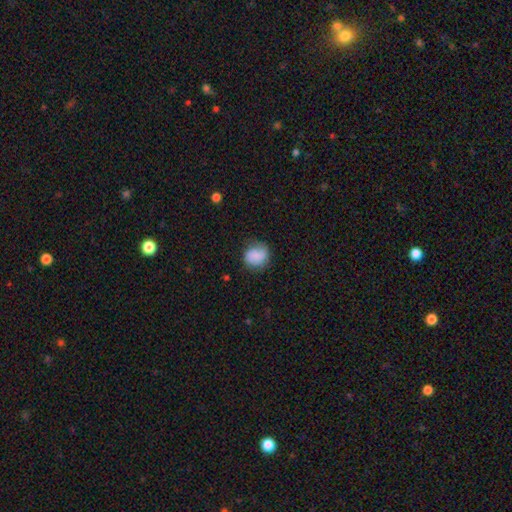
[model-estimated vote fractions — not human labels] Smooth or featured: smooth — 80% (featured or disk — 12%)
How rounded: round — 71% (in between — 28%)
Merging: none — 68% (minor disturbance — 23%)